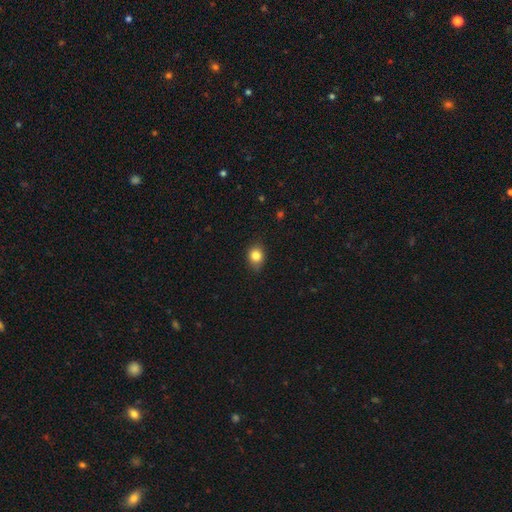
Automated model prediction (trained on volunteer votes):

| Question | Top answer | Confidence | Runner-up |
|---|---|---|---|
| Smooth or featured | smooth | 83% | star or artifact (10%) |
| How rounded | round | 52% | in between (47%) |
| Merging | none | 79% | minor disturbance (17%) |